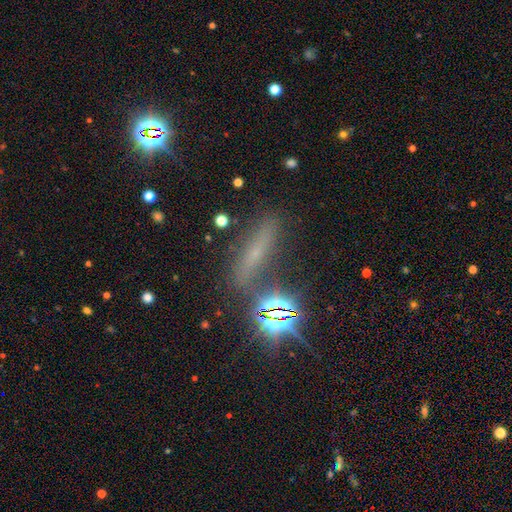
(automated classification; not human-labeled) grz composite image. It shows a star or artifact, not a galaxy (38%).